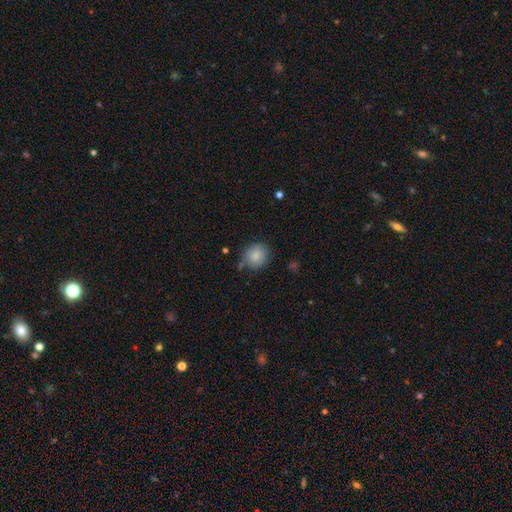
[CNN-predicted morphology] type=smooth (84%); roundness=round (80%); merging=none (72%).